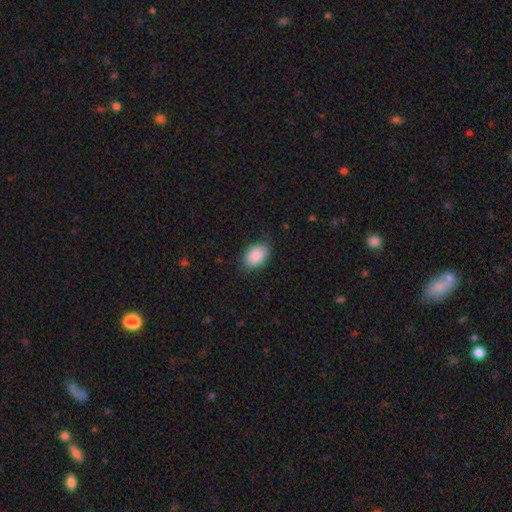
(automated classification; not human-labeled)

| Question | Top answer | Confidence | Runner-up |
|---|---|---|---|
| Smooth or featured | smooth | 87% | star or artifact (7%) |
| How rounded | in between | 86% | round (13%) |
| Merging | none | 78% | minor disturbance (17%) |